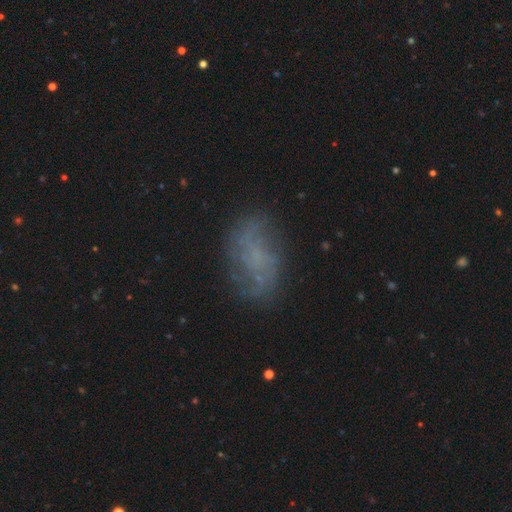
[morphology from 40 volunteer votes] Smooth or featured? featured or disk (78%)
Edge-on disk? no (97%)
Bar? no (73%)
Spiral arms? yes (73%)
Spiral winding? loose (91%)
Spiral arm count? 2 (82%)
Bulge size? none (67%)
Merging? none (70%)